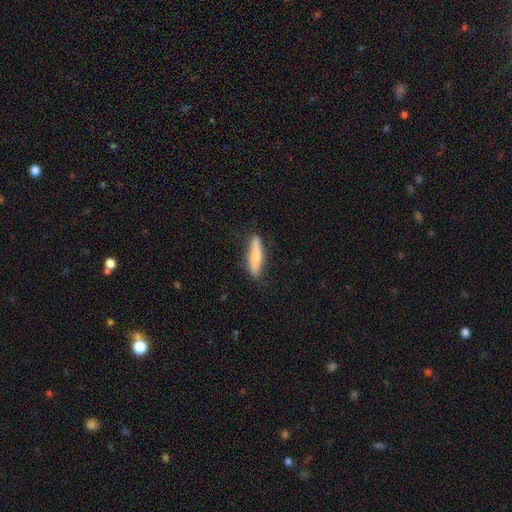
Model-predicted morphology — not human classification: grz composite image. It shows a smooth galaxy with no disk features (73%) that is cigar-shaped (84%). Merging: none (81%).